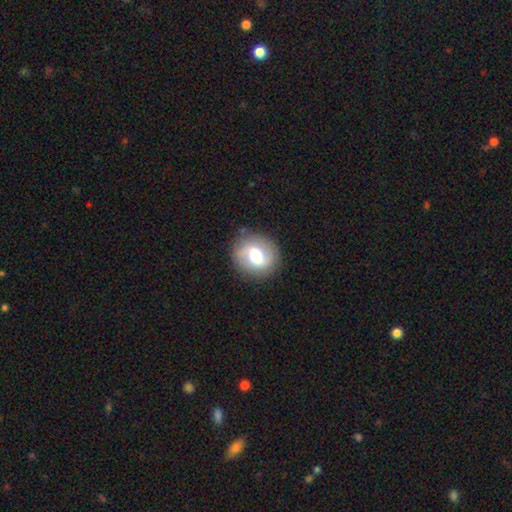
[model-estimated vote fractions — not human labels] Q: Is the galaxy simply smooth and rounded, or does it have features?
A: featured or disk — 50%.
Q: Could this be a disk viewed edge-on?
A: no — 96%.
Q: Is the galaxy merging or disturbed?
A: none — 85%.